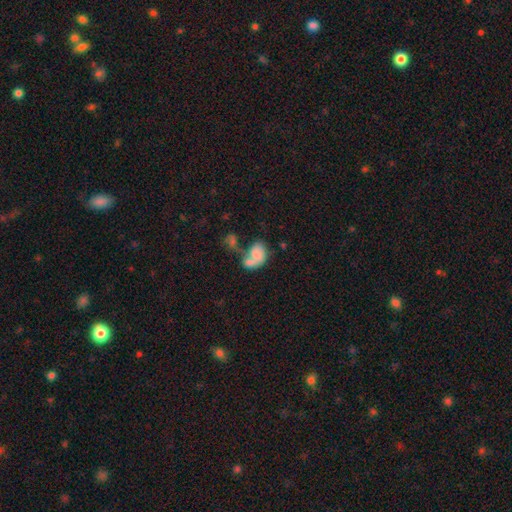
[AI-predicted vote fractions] smooth_or_featured: smooth (p=0.65) [alt: featured or disk p=0.26]
how_rounded: in between (p=0.79) [alt: round p=0.20]
merging: merger (p=0.64) [alt: none p=0.14]